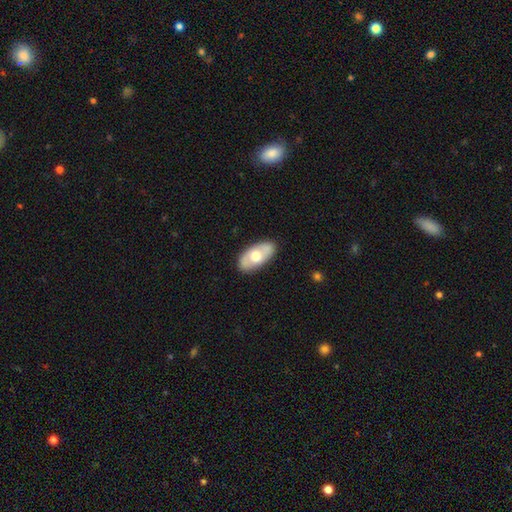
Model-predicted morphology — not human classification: smooth-or-featured: smooth: 54% | featured or disk: 41% | star or artifact: 5%
  how-rounded: in between: 92% | cigar-shaped: 4% | round: 4%
  merging: none: 83% | minor disturbance: 13% | major disturbance: 3% | merger: 2%